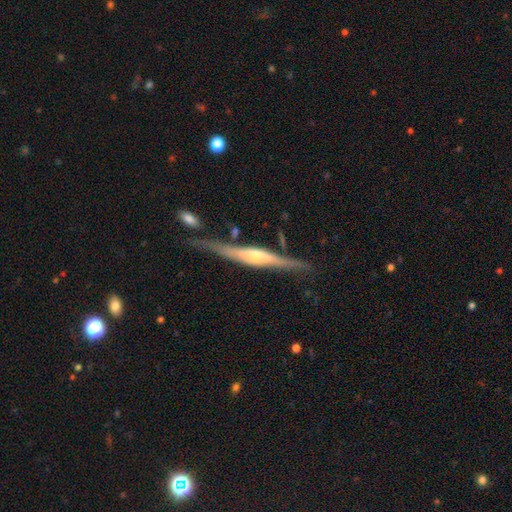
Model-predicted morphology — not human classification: Smooth or featured?
  - featured or disk: 77% *
  - smooth: 18%
  - star or artifact: 5%
Edge-on disk?
  - yes: 96% *
  - no: 4%
Edge-on bulge?
  - rounded: 71% *
  - boxy: 19%
  - none: 9%
Merging?
  - none: 73% *
  - minor disturbance: 16%
  - merger: 5%
  - major disturbance: 5%